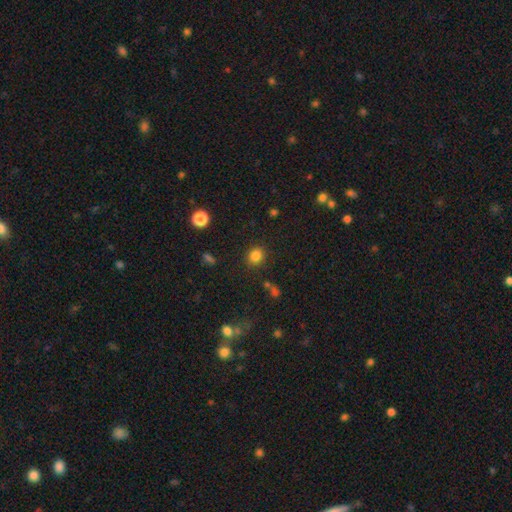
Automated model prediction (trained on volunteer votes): Q: Smooth or featured?
A: smooth (82%); runner-up: star or artifact (13%)
Q: How rounded?
A: round (82%); runner-up: in between (17%)
Q: Merging?
A: none (86%); runner-up: minor disturbance (8%)